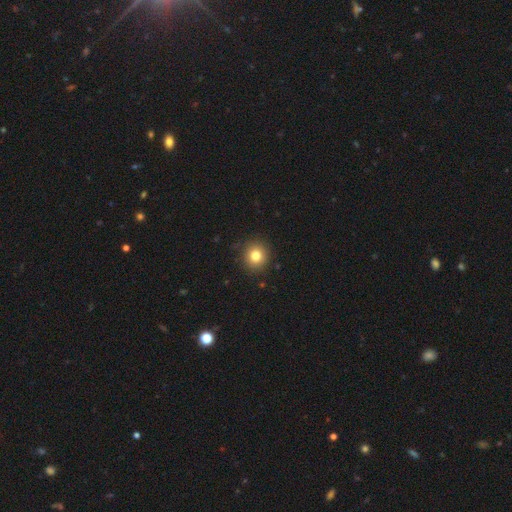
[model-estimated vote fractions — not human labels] This appears to be a smooth galaxy with no disk features (81%) that is round (89%). Merging: none (90%).